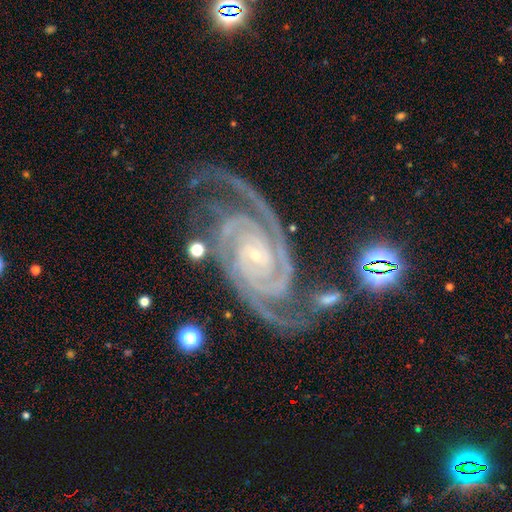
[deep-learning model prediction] Smooth or featured: featured or disk — 94% (star or artifact — 4%)
Edge-on disk: no — 98% (yes — 2%)
Bar: no — 63% (weak — 21%)
Spiral arms: yes — 99% (no — 1%)
Spiral winding: tight — 75% (medium — 23%)
Spiral arm count: 2 — 68% (3 — 16%)
Bulge size: small — 85% (moderate — 11%)
Merging: none — 68% (minor disturbance — 19%)